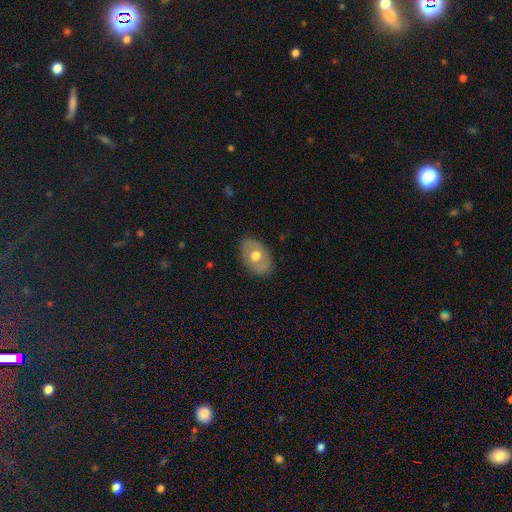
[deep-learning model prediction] This is possibly a smooth galaxy (48%). Merging: clearly none (83%).